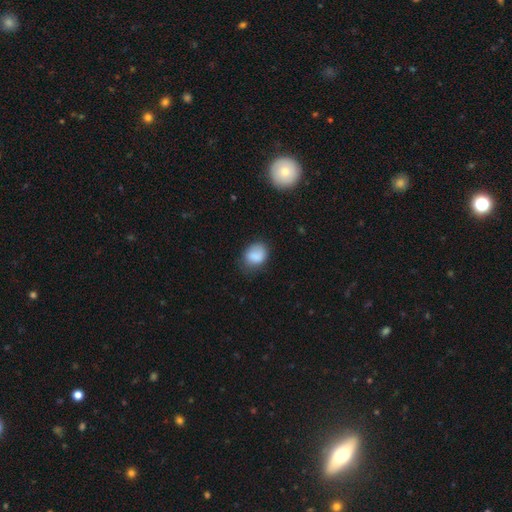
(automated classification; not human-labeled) This appears to be a smooth galaxy with no disk features (85%) that is in between round and cigar-shaped (53%). Merging: none (62%).